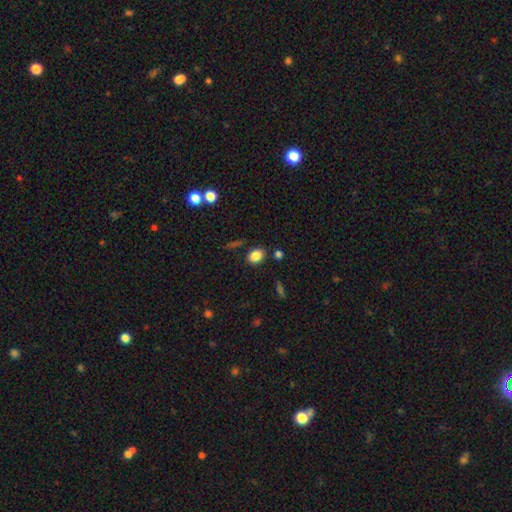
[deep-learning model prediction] Overall: smooth (85%). How rounded: in between (62%; round 36%). Merging: none (82%).